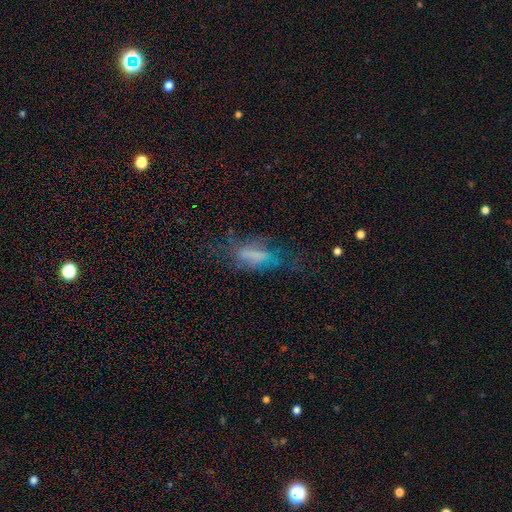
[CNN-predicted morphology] Overall: smooth (47%; featured or disk 39%). Merging: none (45%; major disturbance 27%).